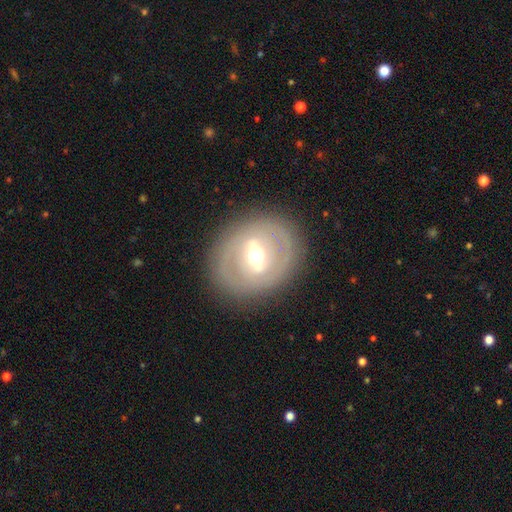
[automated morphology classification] Smooth or featured: featured or disk — 73% (smooth — 20%)
Edge-on disk: no — 91% (yes — 9%)
Bar: strong — 53% (weak — 35%)
Spiral arms: no — 57% (yes — 43%)
Bulge size: moderate — 70% (large — 14%)
Merging: none — 81% (minor disturbance — 12%)